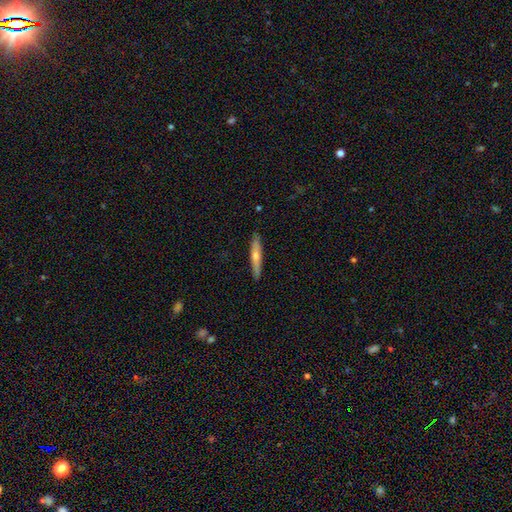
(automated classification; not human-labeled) Smooth or featured?
  - featured or disk: 55% *
  - smooth: 38%
  - star or artifact: 7%
Edge-on disk?
  - yes: 93% *
  - no: 7%
Edge-on bulge?
  - rounded: 81% *
  - none: 16%
  - boxy: 3%
Merging?
  - none: 89% *
  - minor disturbance: 8%
  - major disturbance: 1%
  - merger: 1%